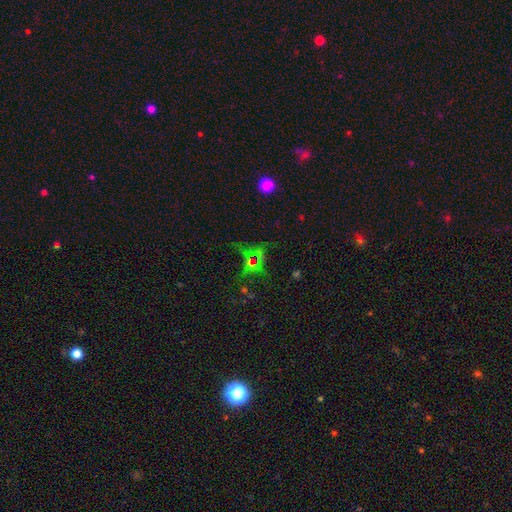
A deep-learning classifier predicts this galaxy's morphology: Smooth or featured? Predicted: star or artifact (p=0.60).